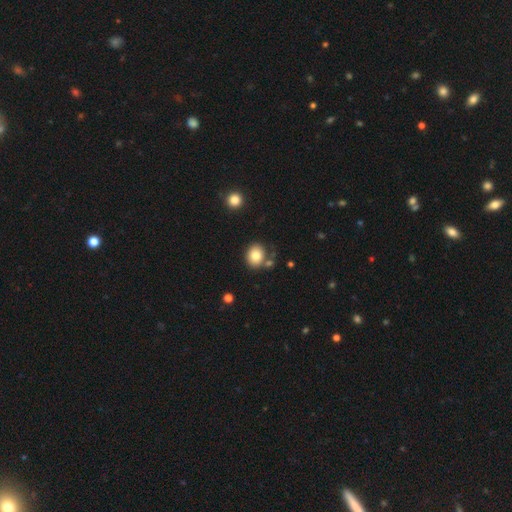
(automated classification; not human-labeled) Smooth or featured: smooth — 81% (star or artifact — 10%)
How rounded: round — 65% (in between — 34%)
Merging: none — 71% (minor disturbance — 12%)